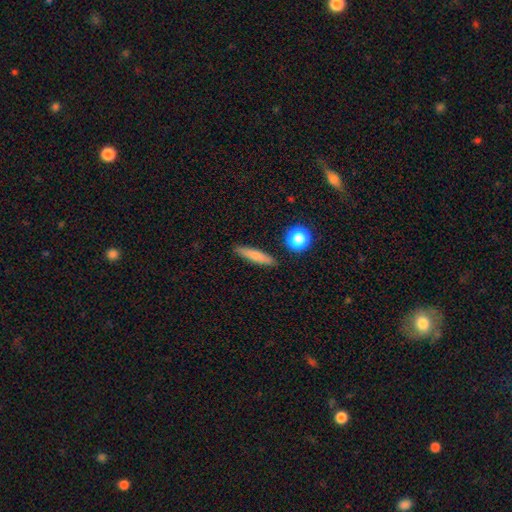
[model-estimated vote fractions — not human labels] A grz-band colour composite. It shows a smooth galaxy with no disk features (75%) that is cigar-shaped (84%). Merging: none (89%).